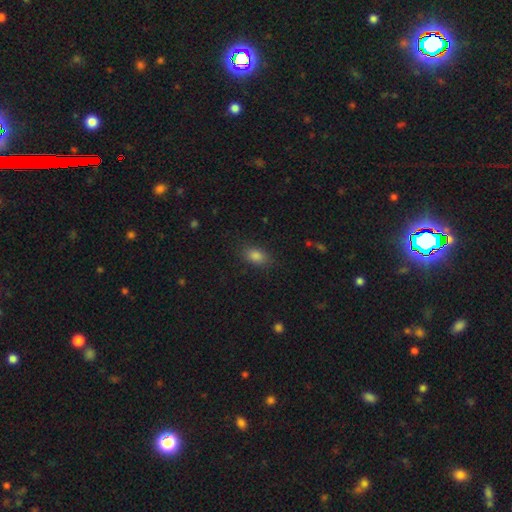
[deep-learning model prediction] This is clearly a smooth galaxy (83%). How rounded: clearly in between (84%). Merging: clearly none (84%).